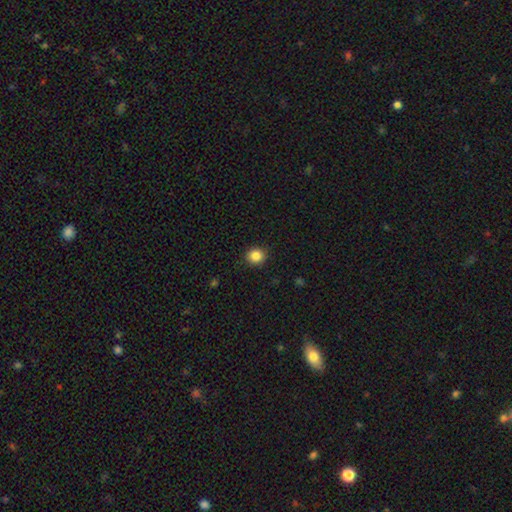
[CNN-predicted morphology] Smooth or featured: smooth — 85% (star or artifact — 11%)
How rounded: round — 88% (in between — 11%)
Merging: none — 91% (minor disturbance — 6%)